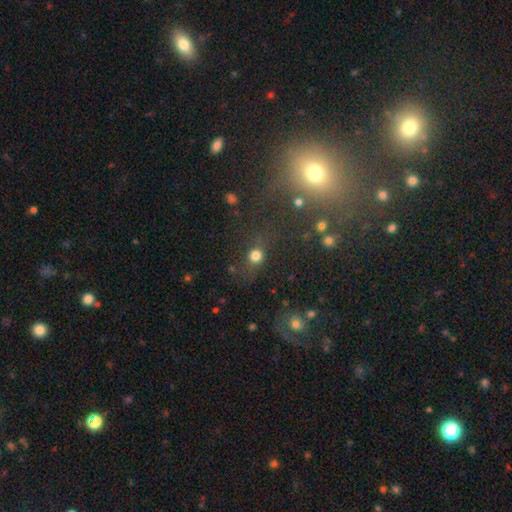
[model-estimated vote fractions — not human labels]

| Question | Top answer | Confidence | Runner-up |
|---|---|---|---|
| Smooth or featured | smooth | 74% | star or artifact (18%) |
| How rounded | round | 78% | in between (19%) |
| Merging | none | 68% | minor disturbance (13%) |